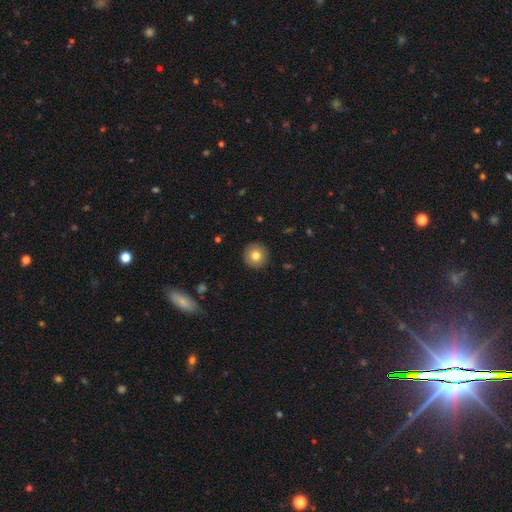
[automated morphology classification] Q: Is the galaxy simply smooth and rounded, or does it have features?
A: smooth — 79%.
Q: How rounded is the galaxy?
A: round — 95%.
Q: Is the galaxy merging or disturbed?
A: none — 92%.